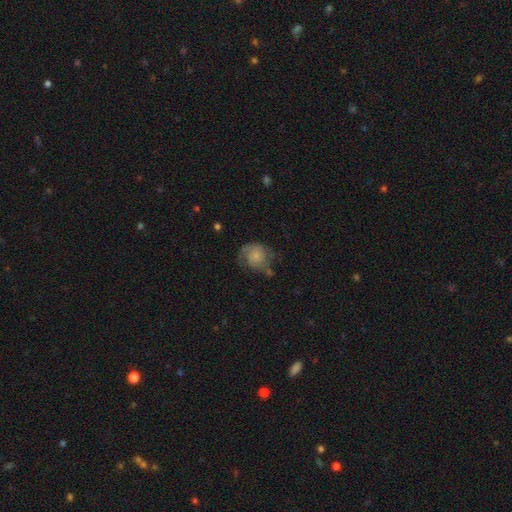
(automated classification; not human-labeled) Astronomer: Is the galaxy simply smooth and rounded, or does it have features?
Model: featured or disk — 51% (runner-up: smooth, 41%).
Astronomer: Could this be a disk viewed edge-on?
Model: no — 97%.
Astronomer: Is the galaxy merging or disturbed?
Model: none — 45% (runner-up: minor disturbance, 27%).